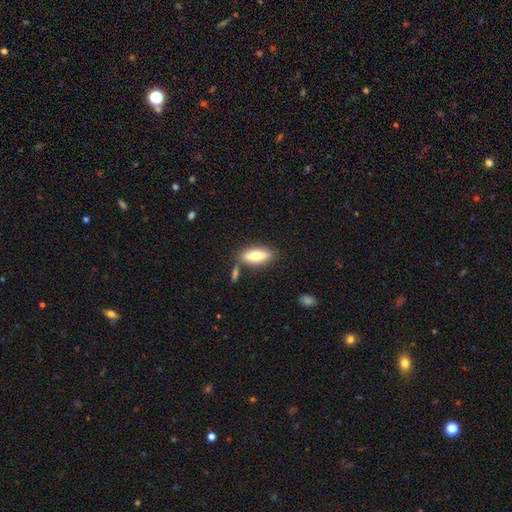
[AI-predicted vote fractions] Smooth or featured? smooth (69%)
How rounded? in between (69%)
Merging? none (74%)